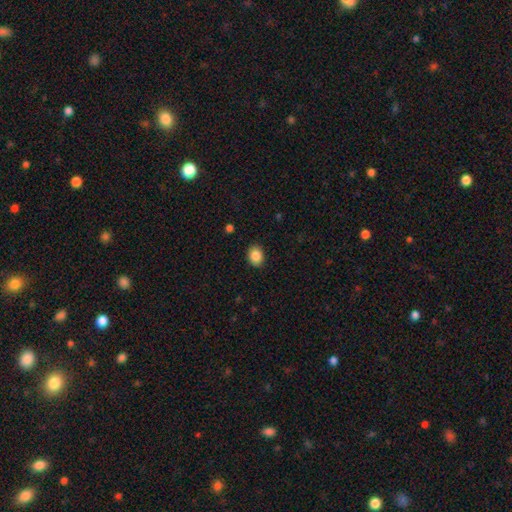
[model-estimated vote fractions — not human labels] smooth_or_featured: smooth (p=0.87) [alt: star or artifact p=0.08]
how_rounded: in between (p=0.57) [alt: round p=0.43]
merging: none (p=0.89) [alt: minor disturbance p=0.08]